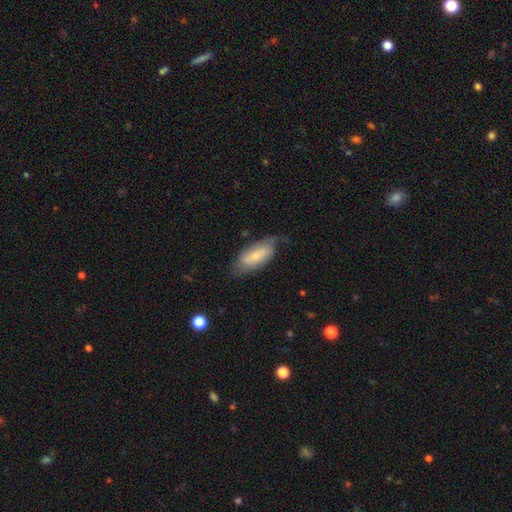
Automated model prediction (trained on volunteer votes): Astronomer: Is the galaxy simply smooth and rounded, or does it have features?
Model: featured or disk — 52% (runner-up: smooth, 41%).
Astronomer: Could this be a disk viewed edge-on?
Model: no — 88%.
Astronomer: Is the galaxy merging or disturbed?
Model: none — 58%.